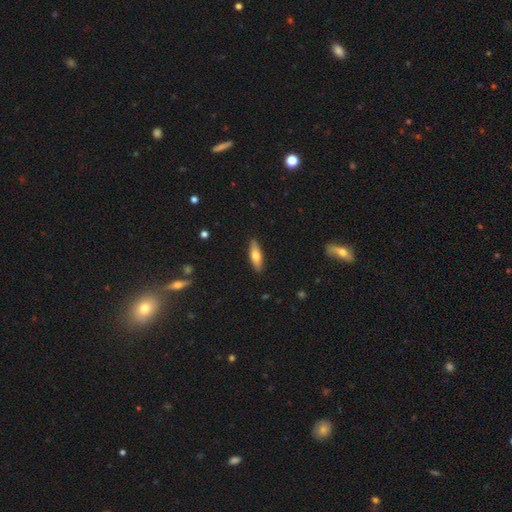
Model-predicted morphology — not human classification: The model was most divided on "how rounded": cigar-shaped: 54%, in between: 44%, round: 2%. More confident: merging — none (88%); smooth or featured — smooth (66%).